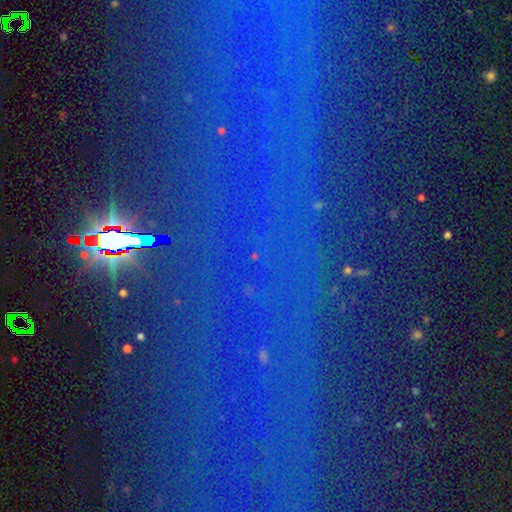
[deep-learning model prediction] A star or artifact, not a galaxy (83%).